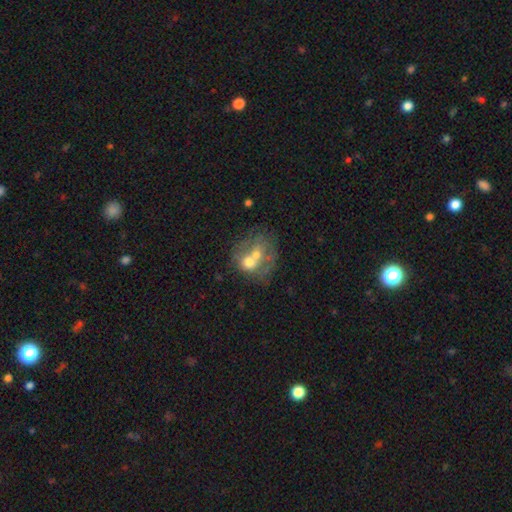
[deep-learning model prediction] Smooth or featured?
  - smooth: 45% *
  - featured or disk: 44%
  - star or artifact: 11%
Merging?
  - merger: 61% *
  - none: 23%
  - minor disturbance: 9%
  - major disturbance: 7%